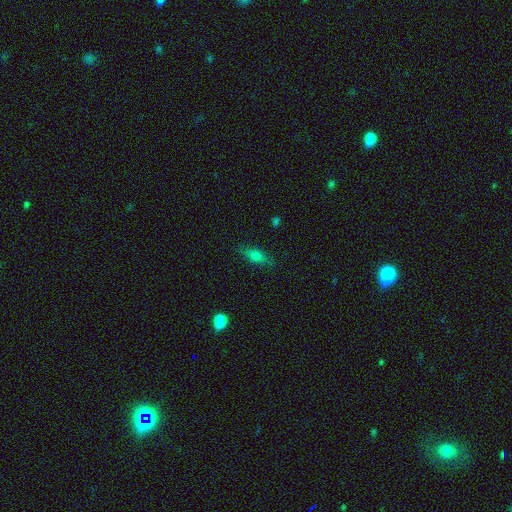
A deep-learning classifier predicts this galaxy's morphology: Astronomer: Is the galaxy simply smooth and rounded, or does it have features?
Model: smooth — 62%.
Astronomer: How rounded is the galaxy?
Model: in between — 61%.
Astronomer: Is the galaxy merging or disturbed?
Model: none — 80%.